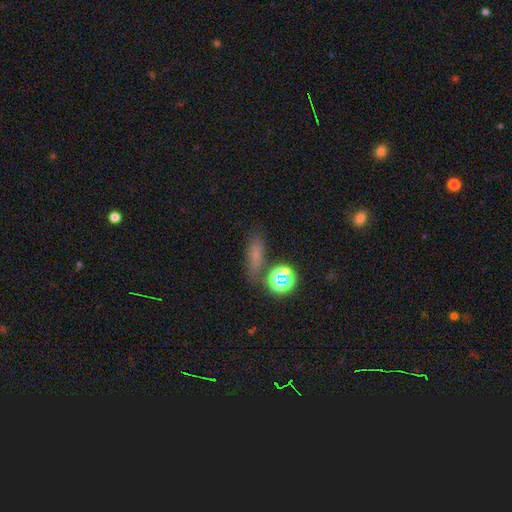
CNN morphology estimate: A smooth galaxy with no disk features (58%) that is in between round and cigar-shaped (44%). Merging: none (68%).